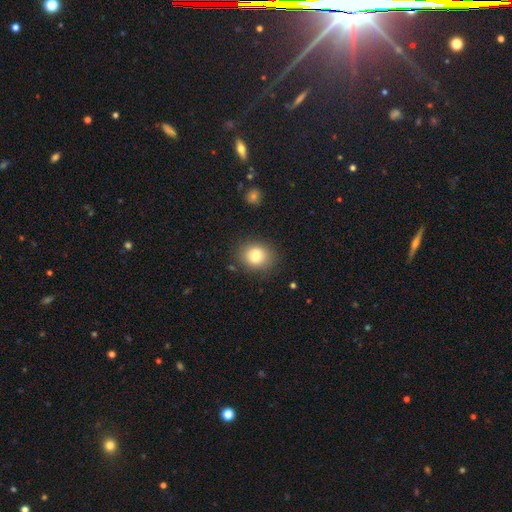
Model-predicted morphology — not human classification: smooth 81%, star or artifact 10%, featured or disk 9%. Down the decision tree: how rounded — round (69%); merging — none (84%).